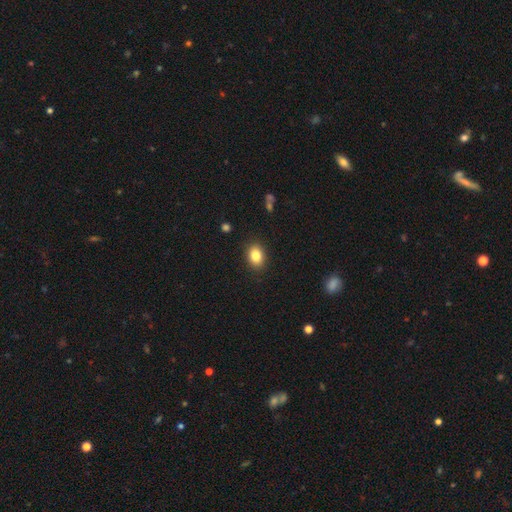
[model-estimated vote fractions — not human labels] A smooth galaxy with no disk features (84%) that is in between round and cigar-shaped (67%). Merging: none (89%).